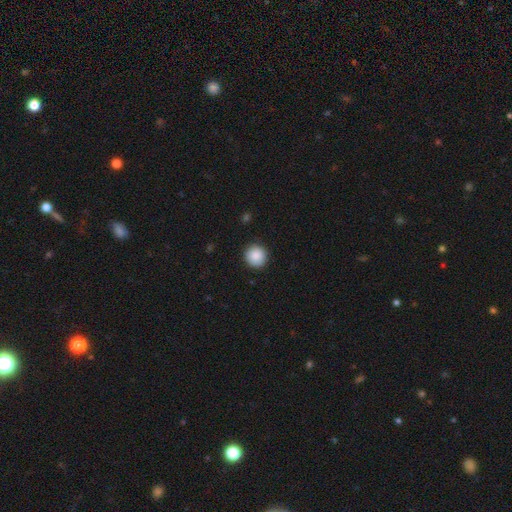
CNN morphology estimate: Overall: smooth (89%). How rounded: round (93%). Merging: none (90%).